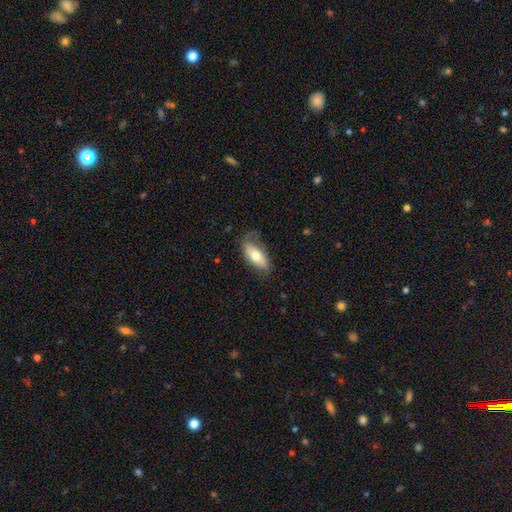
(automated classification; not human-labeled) smooth_or_featured: smooth (p=0.64) [alt: featured or disk p=0.30]
how_rounded: in between (p=0.83) [alt: cigar-shaped p=0.14]
merging: none (p=0.59) [alt: minor disturbance p=0.28]